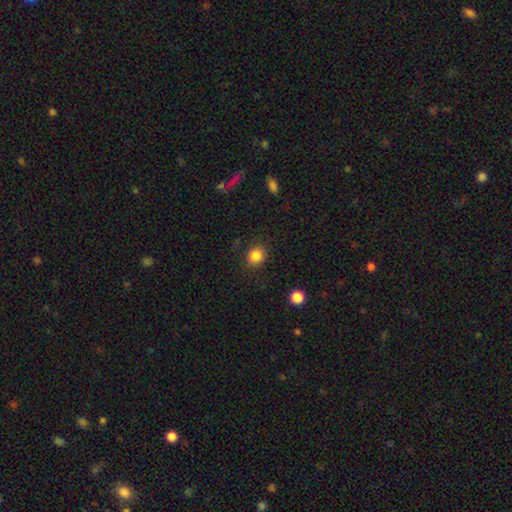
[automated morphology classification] A smooth galaxy with no disk features (85%) that is round (80%). Merging: none (87%).